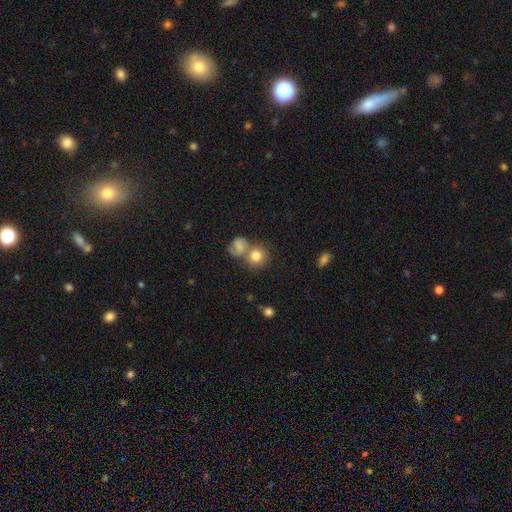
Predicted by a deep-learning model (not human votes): smooth-or-featured: smooth: 79% | featured or disk: 11% | star or artifact: 9%
  how-rounded: round: 83% | in between: 16% | cigar-shaped: 1%
  merging: none: 48% | merger: 37% | minor disturbance: 10% | major disturbance: 5%